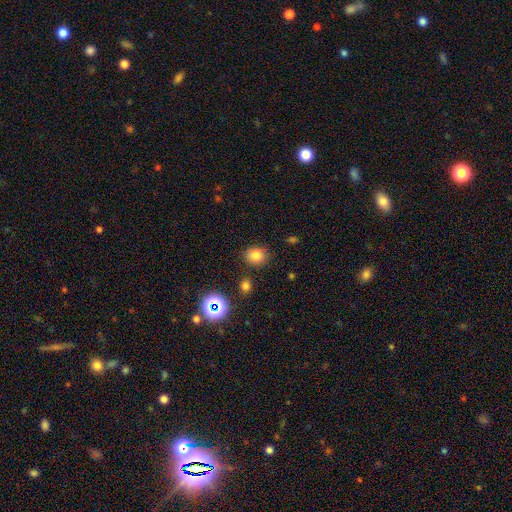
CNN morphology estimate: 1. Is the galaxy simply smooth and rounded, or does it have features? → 78% smooth, 15% star or artifact, 7% featured or disk.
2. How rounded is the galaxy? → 66% round, 33% in between, 1% cigar-shaped.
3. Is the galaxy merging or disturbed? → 83% none, 10% minor disturbance, 3% merger, 3% major disturbance.